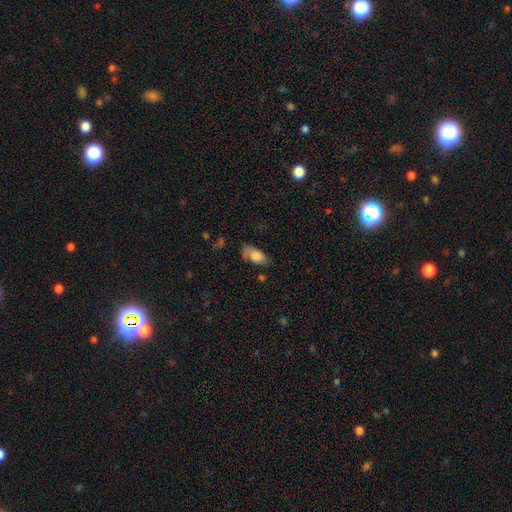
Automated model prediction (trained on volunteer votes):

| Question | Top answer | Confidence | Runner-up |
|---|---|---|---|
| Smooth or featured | smooth | 74% | featured or disk (18%) |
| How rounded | in between | 90% | cigar-shaped (5%) |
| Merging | none | 55% | minor disturbance (30%) |